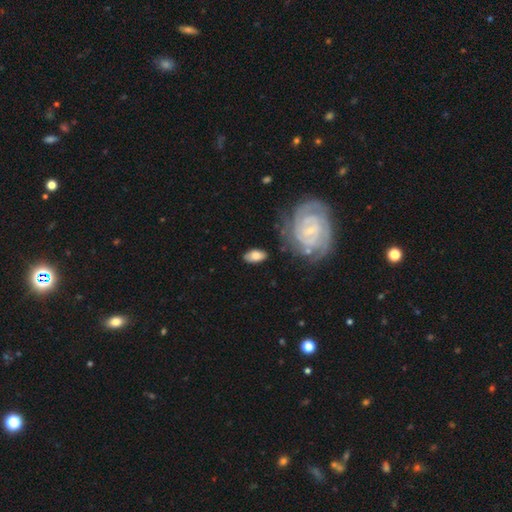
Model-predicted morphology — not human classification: This appears to be a smooth galaxy with no disk features (61%) that is in between round and cigar-shaped (90%). Merging: none (73%).